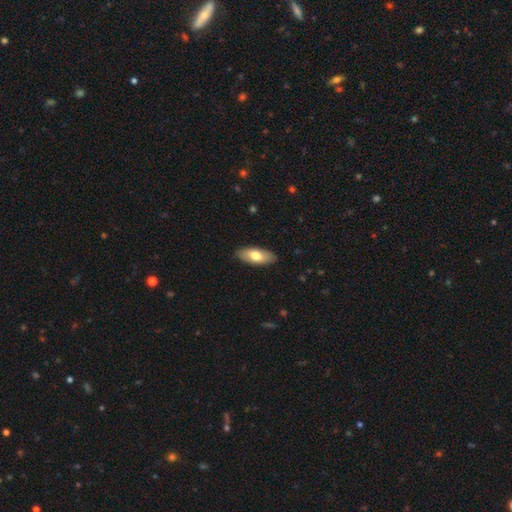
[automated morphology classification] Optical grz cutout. It shows a smooth galaxy with no disk features (72%) that is in between round and cigar-shaped (85%). Merging: none (87%).